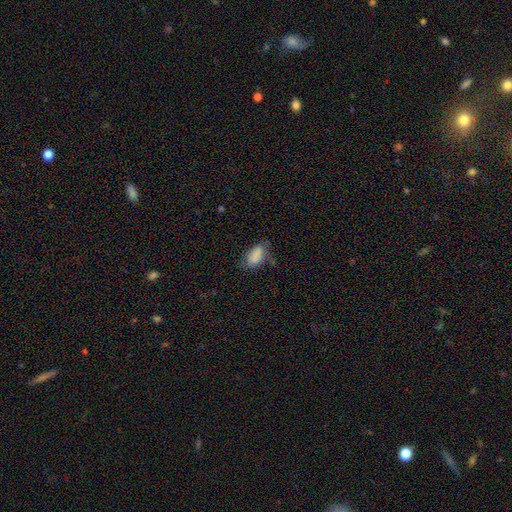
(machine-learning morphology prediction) A smooth galaxy with no disk features (83%) that is in between round and cigar-shaped (92%). Merging: none (50%).